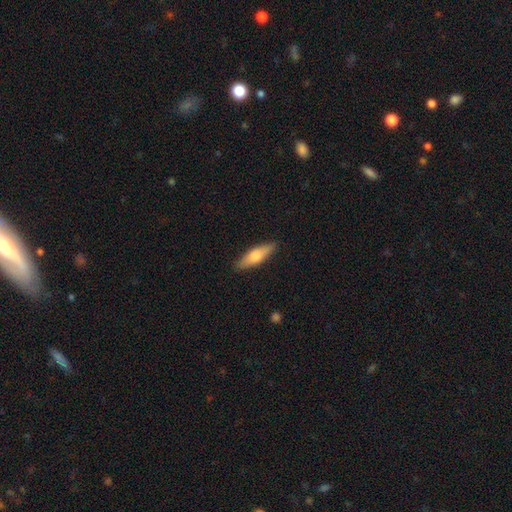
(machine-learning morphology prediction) Smooth or featured? Predicted: smooth (p=0.64). How rounded? Predicted: cigar-shaped (p=0.59). Merging? Predicted: none (p=0.88).